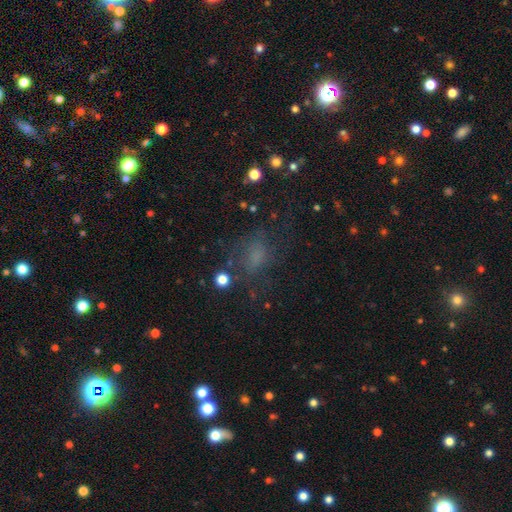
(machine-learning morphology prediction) Smooth or featured? smooth (52%)
How rounded? in between (63%)
Merging? none (54%)